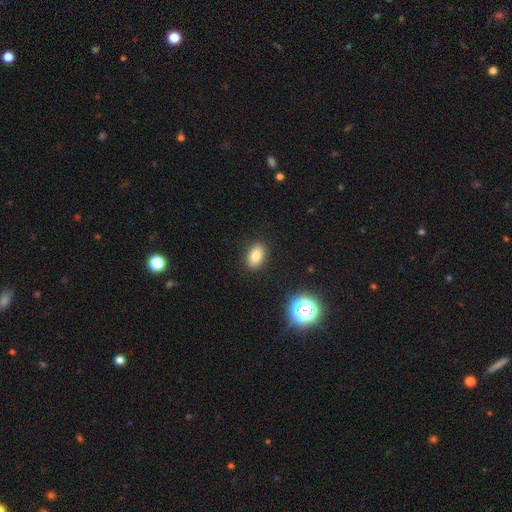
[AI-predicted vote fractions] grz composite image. It shows a smooth galaxy with no disk features (83%) that is in between round and cigar-shaped (87%). Merging: none (89%).